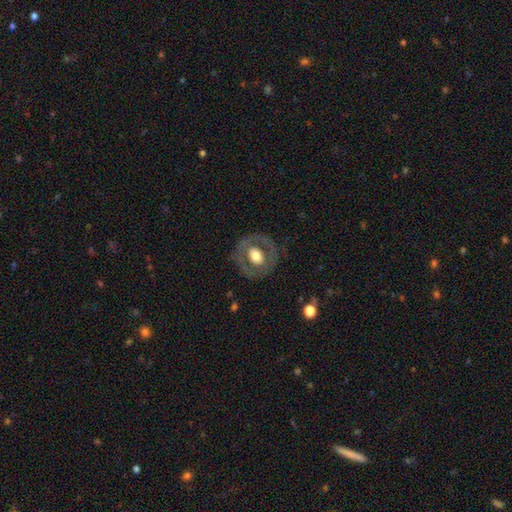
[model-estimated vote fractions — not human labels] smooth-or-featured: featured or disk: 48% | smooth: 46% | star or artifact: 6%
  merging: none: 79% | minor disturbance: 12% | major disturbance: 8% | merger: 1%